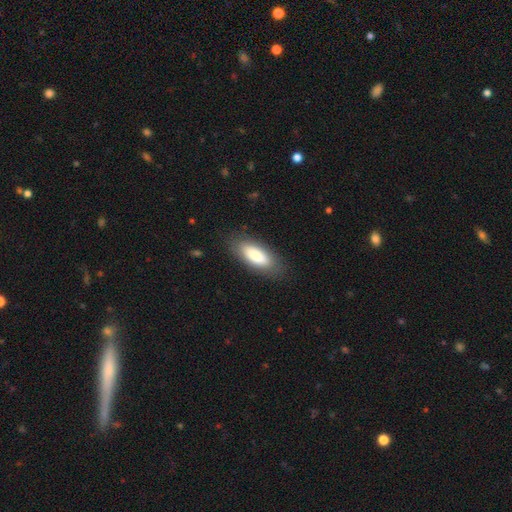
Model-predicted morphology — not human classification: smooth_or_featured: smooth (p=0.83) [alt: featured or disk p=0.11]
how_rounded: in between (p=0.79) [alt: cigar-shaped p=0.19]
merging: none (p=0.84) [alt: minor disturbance p=0.11]